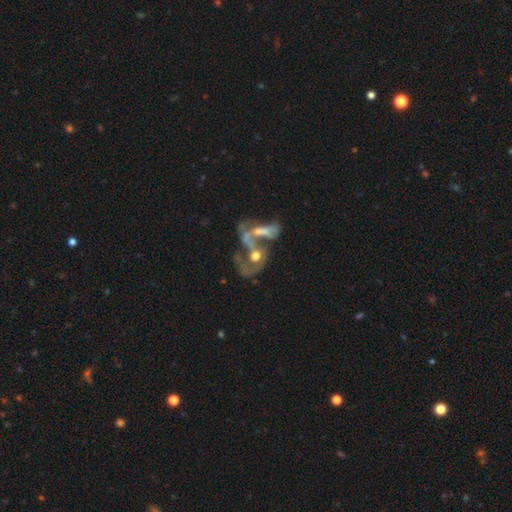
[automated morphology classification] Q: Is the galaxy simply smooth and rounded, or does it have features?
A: featured or disk — 62%.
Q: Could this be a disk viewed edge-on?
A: no — 96%.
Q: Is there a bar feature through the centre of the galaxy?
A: no — 80%.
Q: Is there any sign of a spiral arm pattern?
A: no — 62%.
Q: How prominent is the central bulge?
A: moderate — 51%.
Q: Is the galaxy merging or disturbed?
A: merger — 64%.